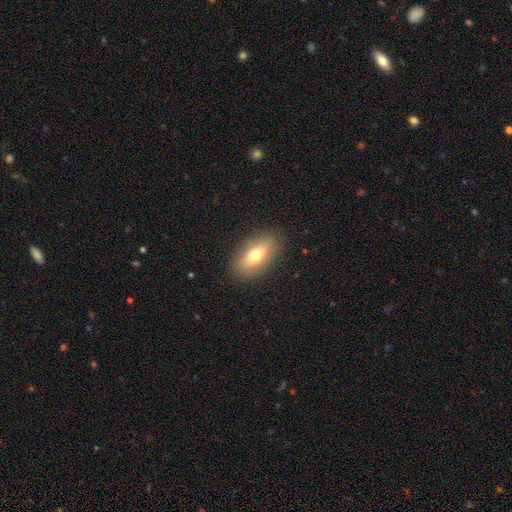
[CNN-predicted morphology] A smooth galaxy with no disk features (65%) that is in between round and cigar-shaped (77%).

Vote fractions:
- Smooth or featured? smooth: 65% / featured or disk: 27% / star or artifact: 8%
- How rounded? in between: 77% / cigar-shaped: 18% / round: 5%
- Merging? none: 87% / minor disturbance: 9% / major disturbance: 3% / merger: 1%